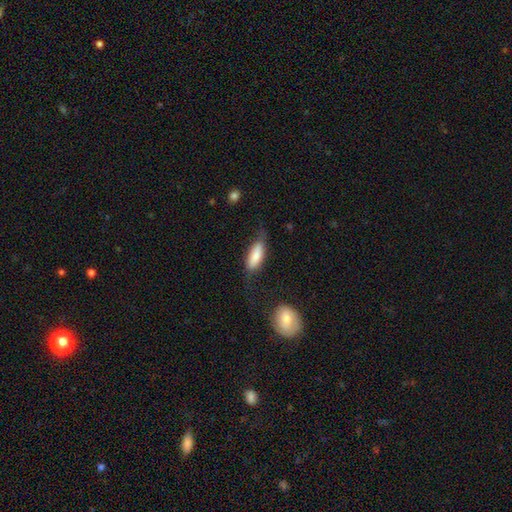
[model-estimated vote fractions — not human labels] This is likely a smooth galaxy (79%). How rounded: likely in between (67%). Merging: possibly none (55%).